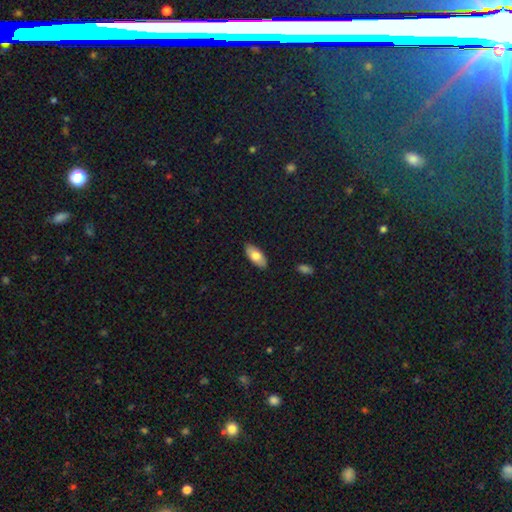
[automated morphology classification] smooth_or_featured: smooth (p=0.76) [alt: featured or disk p=0.18]
how_rounded: in between (p=0.88) [alt: cigar-shaped p=0.10]
merging: none (p=0.88) [alt: minor disturbance p=0.09]